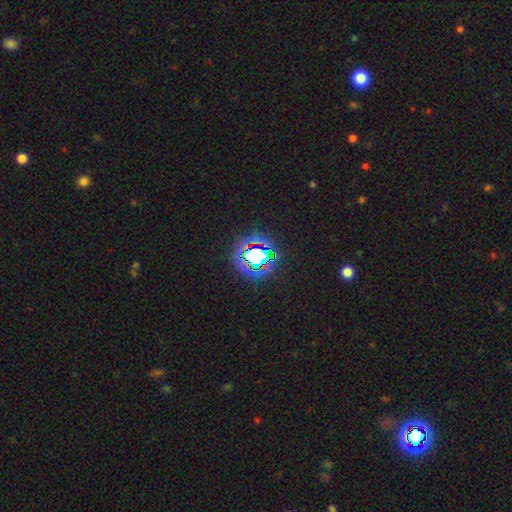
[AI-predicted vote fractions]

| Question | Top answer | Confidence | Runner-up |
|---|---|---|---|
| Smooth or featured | star or artifact | 63% | smooth (23%) |